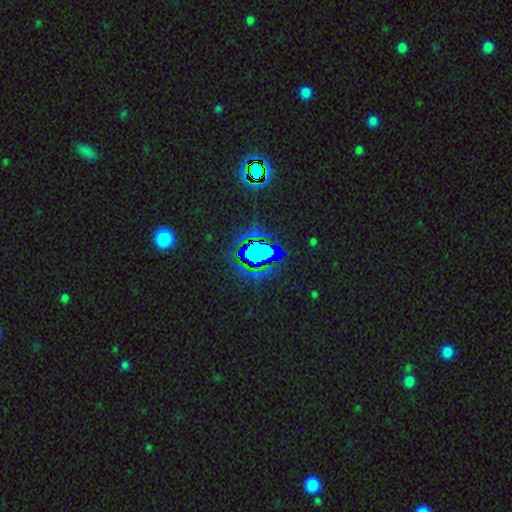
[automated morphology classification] Smooth or featured? Predicted: star or artifact (p=0.74).